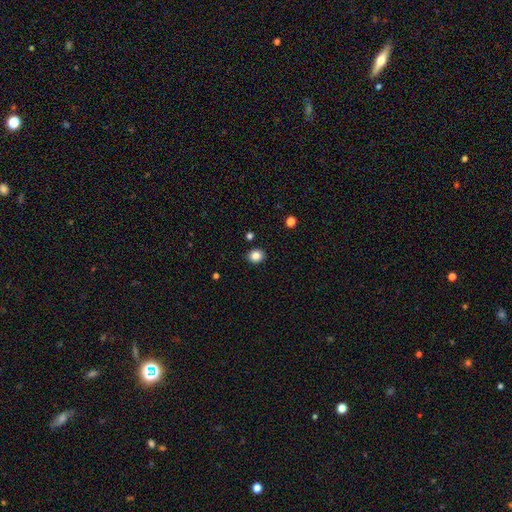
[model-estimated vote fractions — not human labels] Morphology: type=smooth (84%); roundness=round (74%); merging=none (91%).